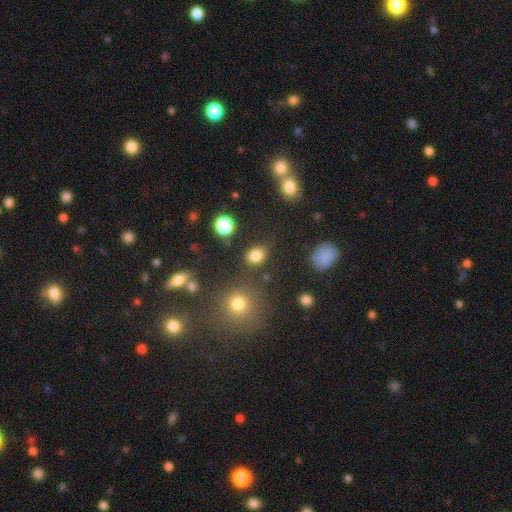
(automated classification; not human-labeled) The model was most divided on "how rounded": in between: 61%, round: 38%, cigar-shaped: 1%. More confident: smooth or featured — smooth (81%); merging — none (78%).